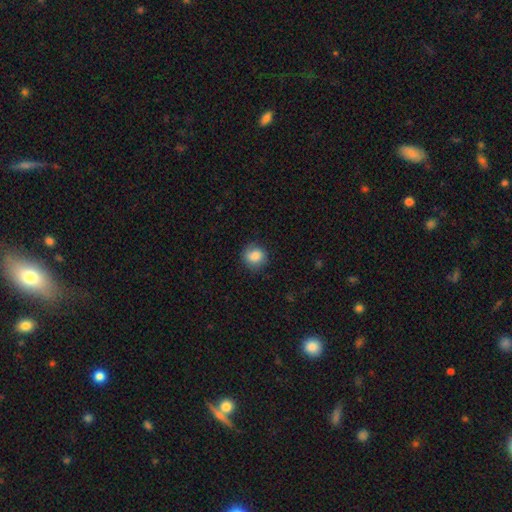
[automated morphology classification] This appears to be a smooth galaxy with no disk features (85%) that is round (81%). Merging: none (79%).